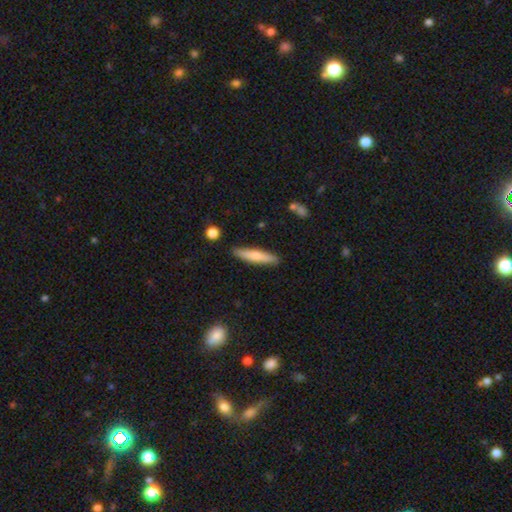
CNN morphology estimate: Q: Smooth or featured?
A: smooth (69%); runner-up: featured or disk (26%)
Q: How rounded?
A: cigar-shaped (87%); runner-up: in between (11%)
Q: Merging?
A: none (87%); runner-up: minor disturbance (9%)